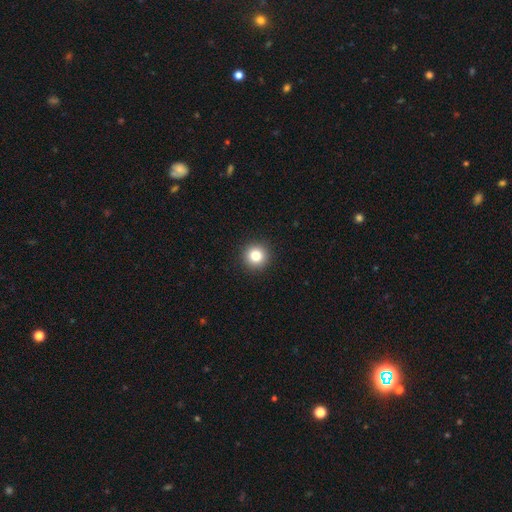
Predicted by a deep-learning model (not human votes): Smooth or featured: smooth — 82% (star or artifact — 11%)
How rounded: round — 95% (in between — 4%)
Merging: none — 93% (minor disturbance — 4%)